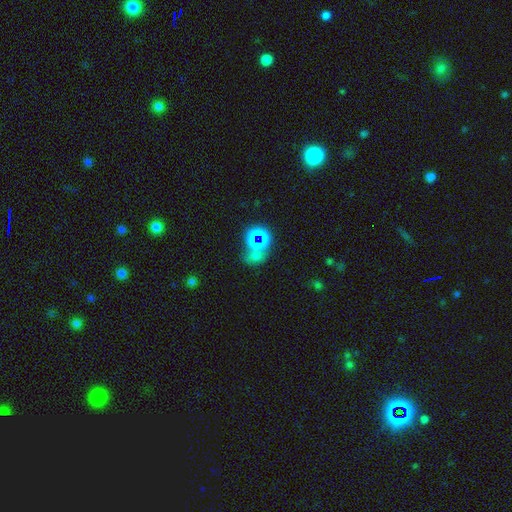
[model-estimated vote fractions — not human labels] Q: Smooth or featured?
A: star or artifact (50%); runner-up: smooth (40%)